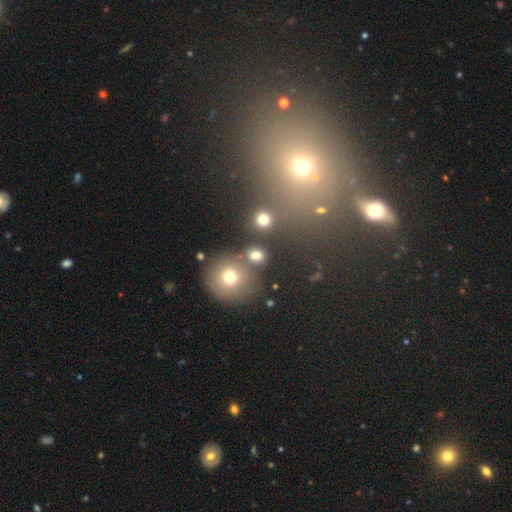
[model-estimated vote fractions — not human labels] This appears to be a smooth galaxy with no disk features (69%) that is round (85%). Merging: none (72%).